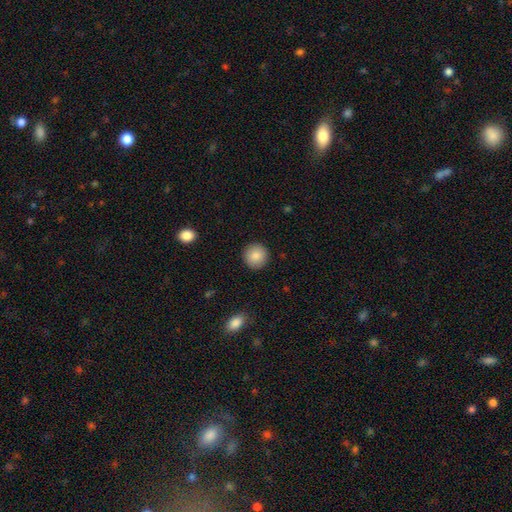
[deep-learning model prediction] Morphology: type=smooth (85%); roundness=round (94%); merging=none (92%).